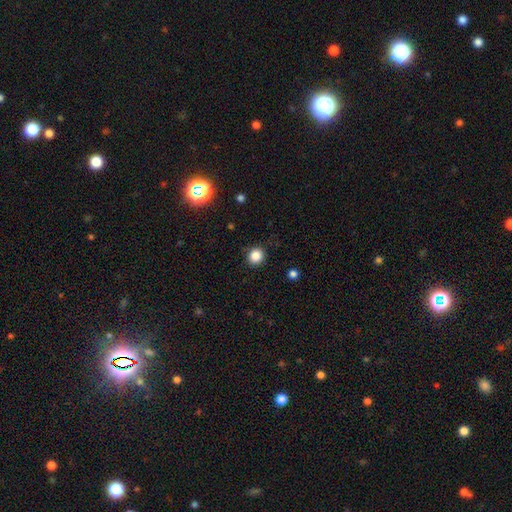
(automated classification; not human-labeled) The model was most divided on "how rounded": round: 84%, in between: 15%, cigar-shaped: 1%. More confident: merging — none (89%); smooth or featured — smooth (85%).